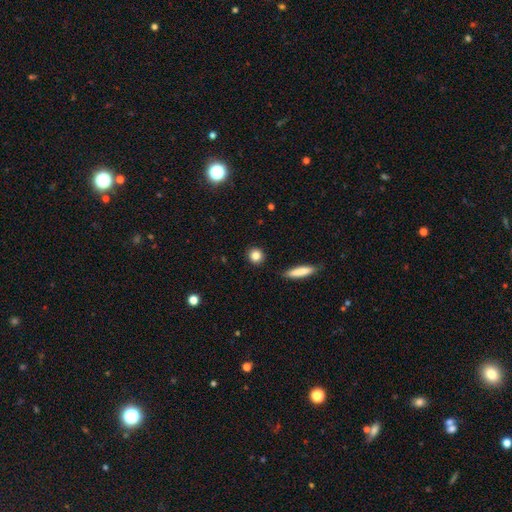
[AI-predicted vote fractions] A smooth galaxy with no disk features (84%) that is round (84%). Merging: none (90%).